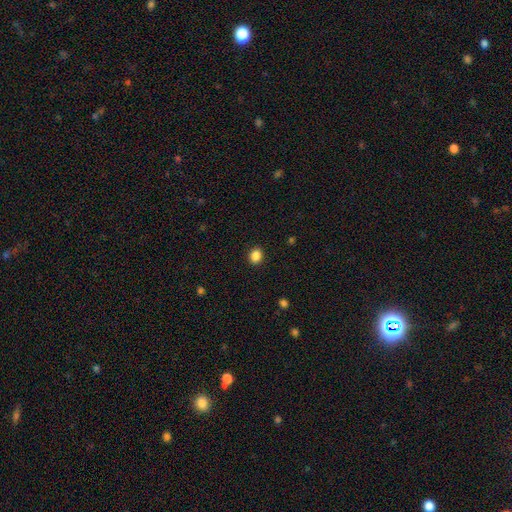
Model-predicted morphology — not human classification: Smooth or featured? smooth (87%)
How rounded? round (62%)
Merging? none (91%)